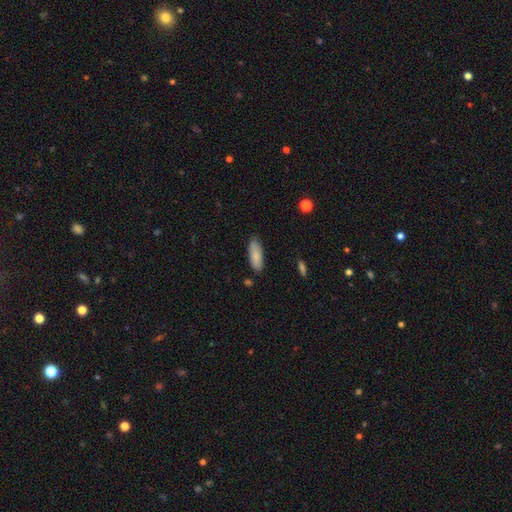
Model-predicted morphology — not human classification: Overall: smooth (85%). How rounded: in between (70%). Merging: none (82%).